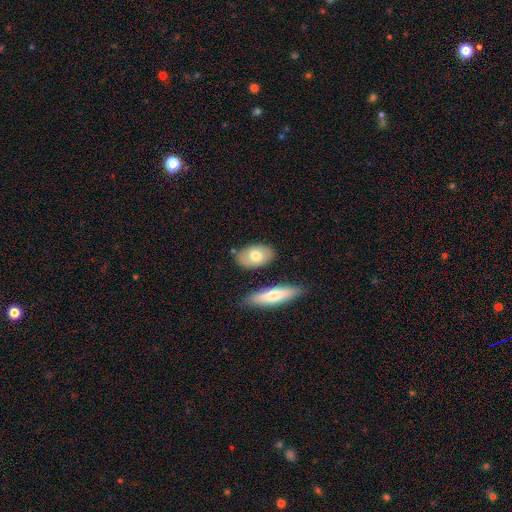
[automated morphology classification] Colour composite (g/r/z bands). It shows a smooth galaxy with no disk features (70%) that is in between round and cigar-shaped (90%). Merging: none (79%).